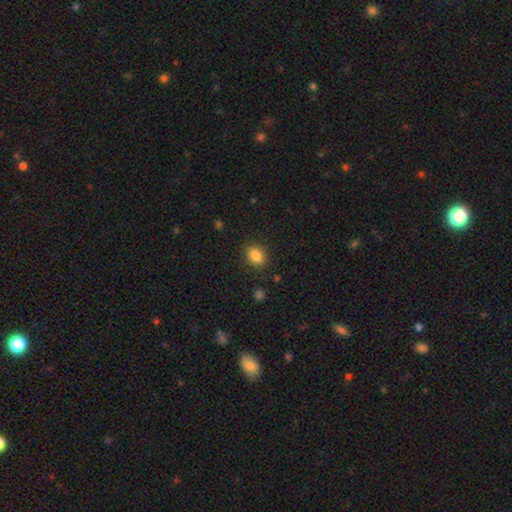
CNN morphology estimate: smooth-or-featured: smooth: 86% | star or artifact: 9% | featured or disk: 5%
  how-rounded: in between: 73% | round: 25% | cigar-shaped: 1%
  merging: none: 86% | minor disturbance: 9% | major disturbance: 3% | merger: 1%